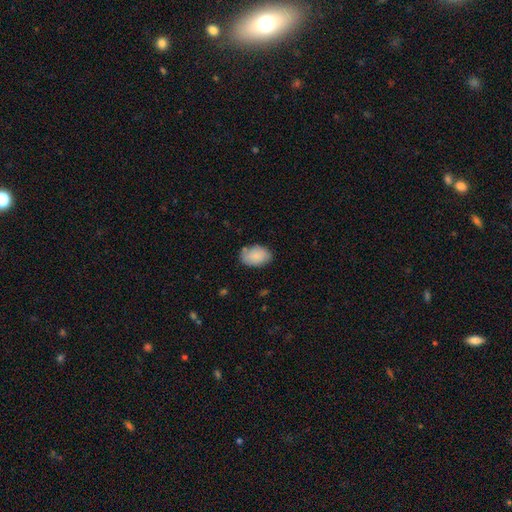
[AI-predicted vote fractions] A smooth galaxy with no disk features (87%) that is in between round and cigar-shaped (86%).

Vote fractions:
- Smooth or featured? smooth: 87% / featured or disk: 7% / star or artifact: 6%
- How rounded? in between: 86% / round: 12% / cigar-shaped: 1%
- Merging? none: 78% / minor disturbance: 17% / major disturbance: 3% / merger: 2%